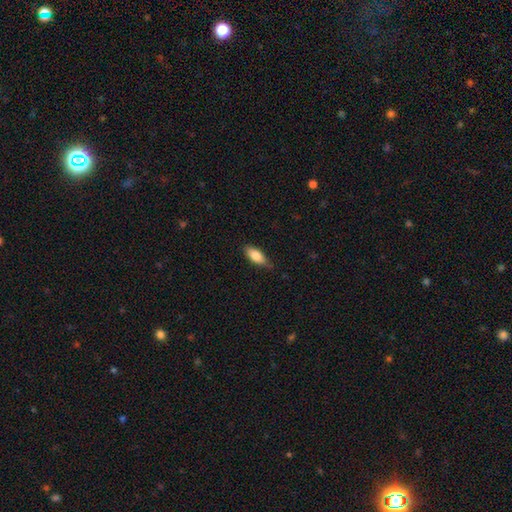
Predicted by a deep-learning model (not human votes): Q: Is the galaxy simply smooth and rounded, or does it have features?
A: smooth — 81%.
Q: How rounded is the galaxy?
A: in between — 81%.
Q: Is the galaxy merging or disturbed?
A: none — 76%.